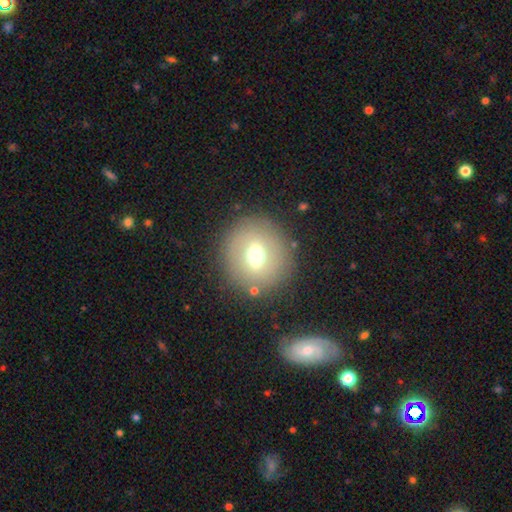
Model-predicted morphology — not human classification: This appears to be a smooth galaxy with no disk features (52%) that is round (83%). Merging: none (83%).